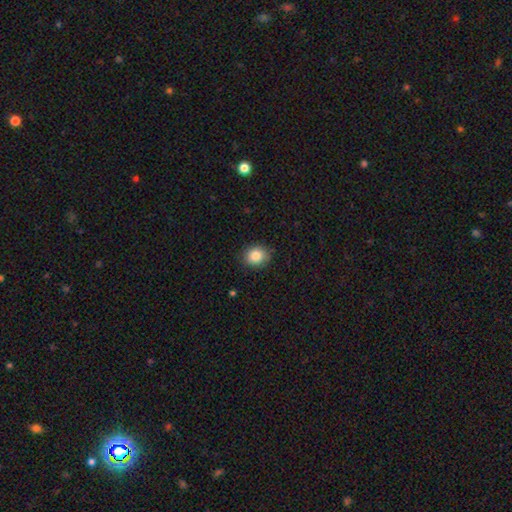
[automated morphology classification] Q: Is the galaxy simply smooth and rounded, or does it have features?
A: smooth — 86%.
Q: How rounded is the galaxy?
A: round — 68%.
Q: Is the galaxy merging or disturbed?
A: none — 86%.